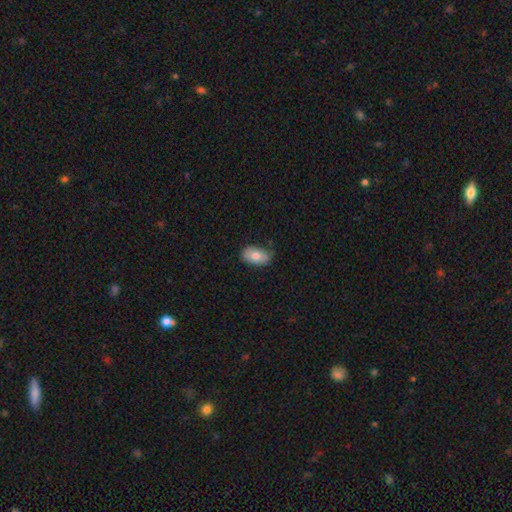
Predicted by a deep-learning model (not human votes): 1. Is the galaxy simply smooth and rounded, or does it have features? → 76% smooth, 16% featured or disk, 7% star or artifact.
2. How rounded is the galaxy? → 91% in between, 8% round, 1% cigar-shaped.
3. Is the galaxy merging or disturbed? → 76% none, 20% minor disturbance, 3% major disturbance, 1% merger.